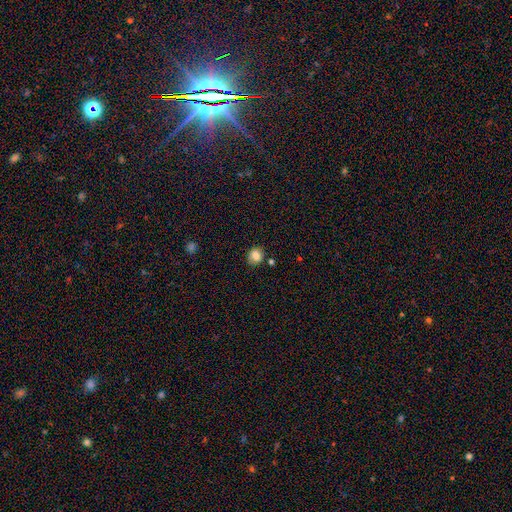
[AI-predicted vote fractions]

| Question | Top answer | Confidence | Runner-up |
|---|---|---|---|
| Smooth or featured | smooth | 80% | star or artifact (10%) |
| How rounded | round | 74% | in between (25%) |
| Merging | none | 80% | minor disturbance (13%) |